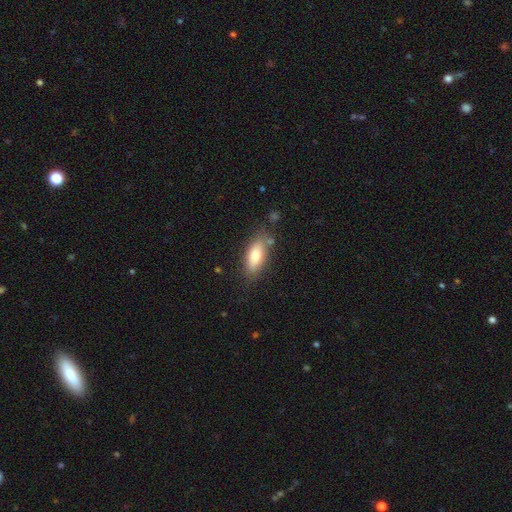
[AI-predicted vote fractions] Overall: smooth (74%). How rounded: in between (82%). Merging: none (75%).